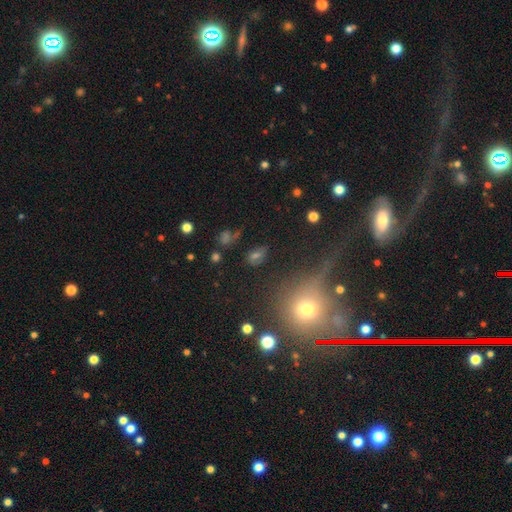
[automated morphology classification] Overall: smooth (53%; star or artifact 28%). How rounded: in between (70%). Merging: none (70%).